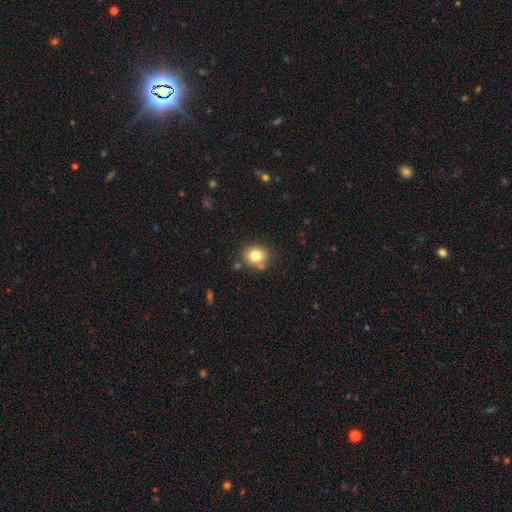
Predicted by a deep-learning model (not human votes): smooth-or-featured: smooth: 80% | star or artifact: 11% | featured or disk: 9%
  how-rounded: round: 72% | in between: 27% | cigar-shaped: 1%
  merging: none: 75% | minor disturbance: 15% | merger: 7% | major disturbance: 4%